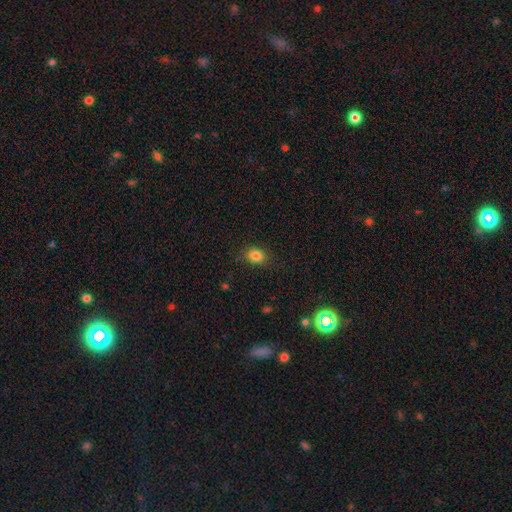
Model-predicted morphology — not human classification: smooth_or_featured: smooth (p=0.83) [alt: star or artifact p=0.11]
how_rounded: in between (p=0.55) [alt: round p=0.44]
merging: none (p=0.81) [alt: minor disturbance p=0.14]